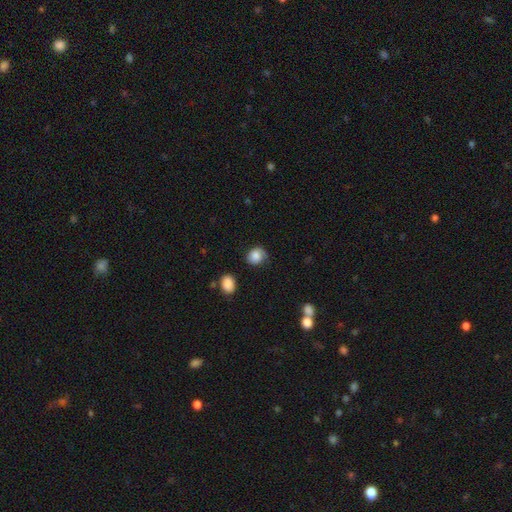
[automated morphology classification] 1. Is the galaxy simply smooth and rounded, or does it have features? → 78% smooth, 14% featured or disk, 8% star or artifact.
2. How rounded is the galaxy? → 68% round, 31% in between, 1% cigar-shaped.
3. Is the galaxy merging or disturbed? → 57% none, 29% minor disturbance, 10% major disturbance, 3% merger.